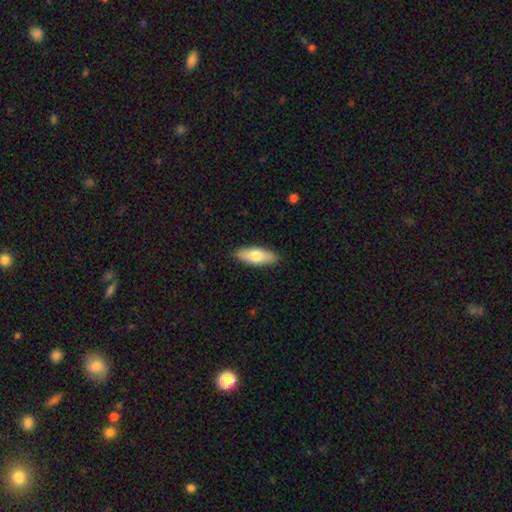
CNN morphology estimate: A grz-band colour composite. It shows a smooth galaxy with no disk features (72%) that is in between round and cigar-shaped (64%). Merging: none (89%).